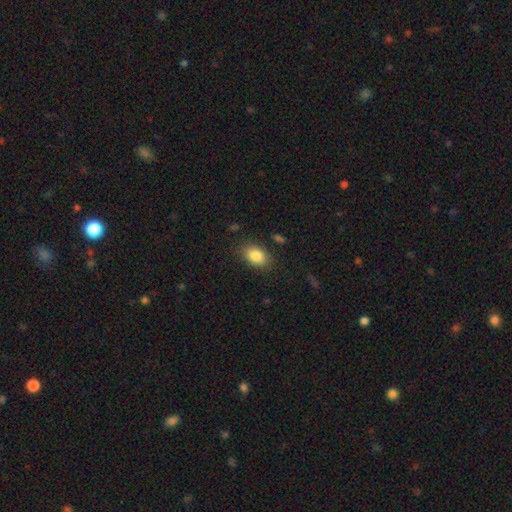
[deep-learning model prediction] Smooth or featured? smooth (86%)
How rounded? in between (86%)
Merging? none (83%)